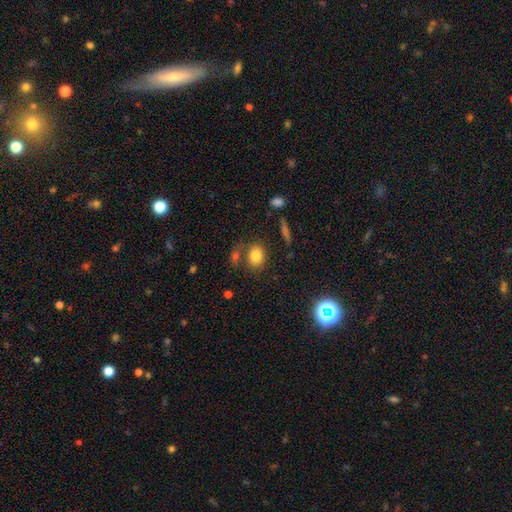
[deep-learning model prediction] The model was most divided on "how rounded": in between: 52%, round: 46%, cigar-shaped: 2%. More confident: smooth or featured — smooth (80%); merging — none (67%).